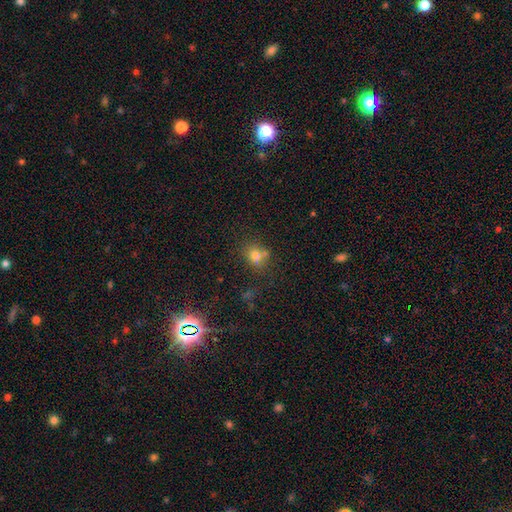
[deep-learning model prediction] Q: Smooth or featured?
A: smooth (72%); runner-up: star or artifact (17%)
Q: How rounded?
A: round (61%); runner-up: in between (38%)
Q: Merging?
A: none (56%); runner-up: merger (24%)